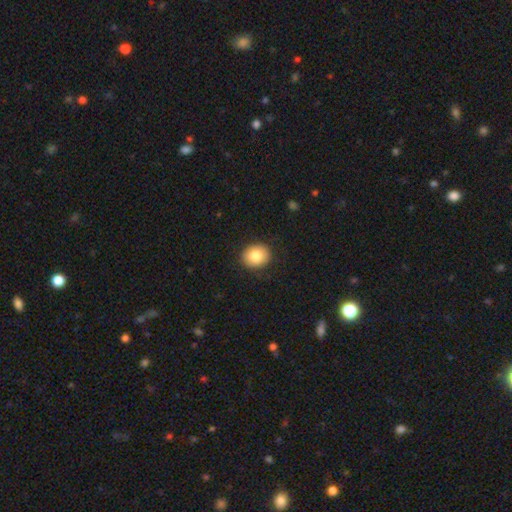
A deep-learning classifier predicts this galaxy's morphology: This appears to be a smooth galaxy with no disk features (84%) that is round (64%). Merging: none (89%).